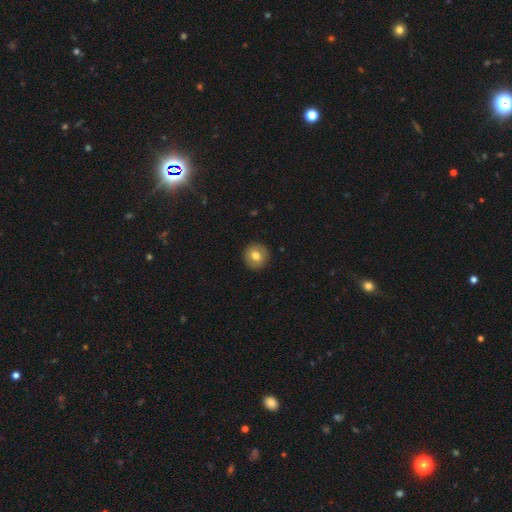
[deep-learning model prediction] This appears to be a smooth galaxy with no disk features (74%) that is round (93%). Merging: none (91%).